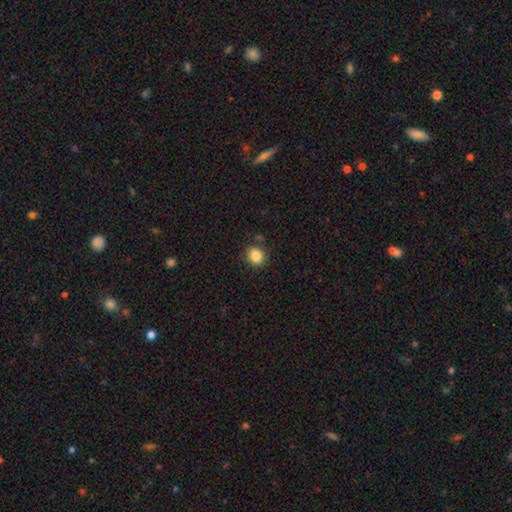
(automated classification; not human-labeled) Q: Smooth or featured?
A: smooth (85%); runner-up: star or artifact (10%)
Q: How rounded?
A: round (76%); runner-up: in between (23%)
Q: Merging?
A: none (84%); runner-up: minor disturbance (10%)